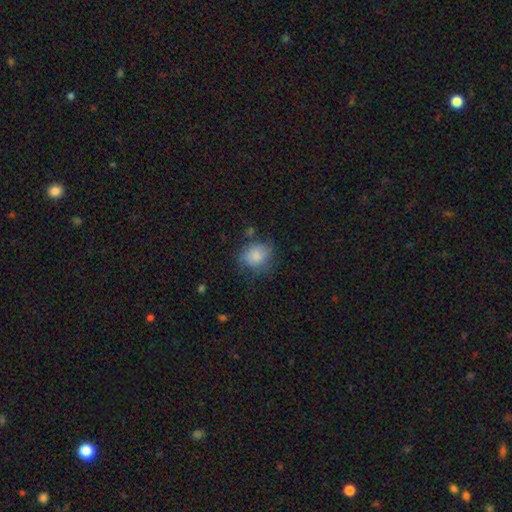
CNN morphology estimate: The model was most divided on "merging": none: 53%, minor disturbance: 29%, major disturbance: 15%, merger: 3%. More confident: smooth or featured — smooth (76%); how rounded — round (69%).